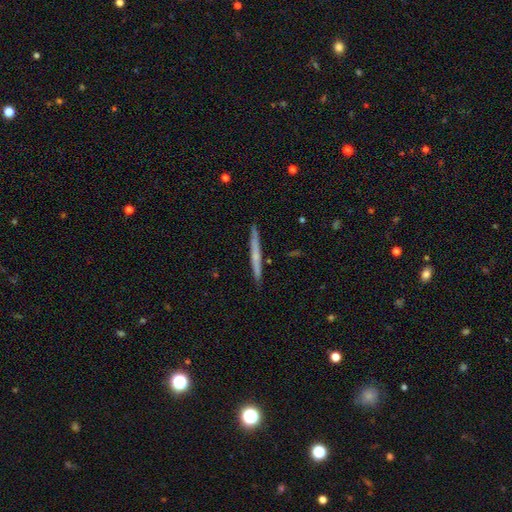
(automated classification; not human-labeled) This is possibly a featured or disk galaxy (52%). It is clearly viewed edge-on (97%). Merging: clearly none (91%).